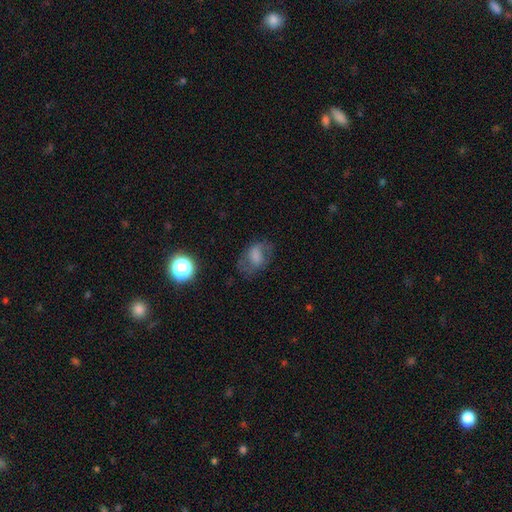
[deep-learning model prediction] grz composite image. It shows a smooth galaxy with no disk features (51%) that is in between round and cigar-shaped (78%). Merging: none (54%).